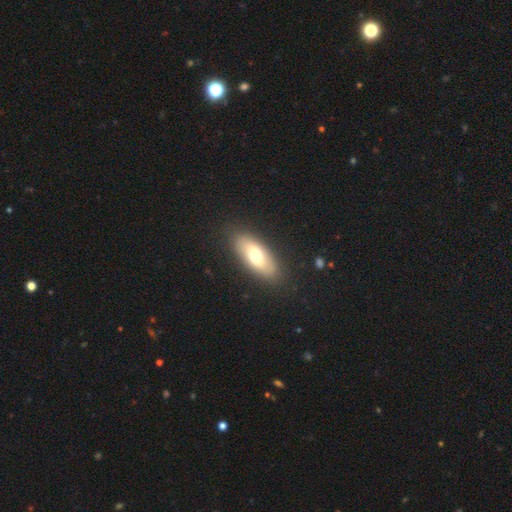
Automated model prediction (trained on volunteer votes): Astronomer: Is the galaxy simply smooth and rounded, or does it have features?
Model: smooth — 66%.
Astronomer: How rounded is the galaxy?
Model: in between — 80%.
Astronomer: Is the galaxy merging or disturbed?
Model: none — 87%.